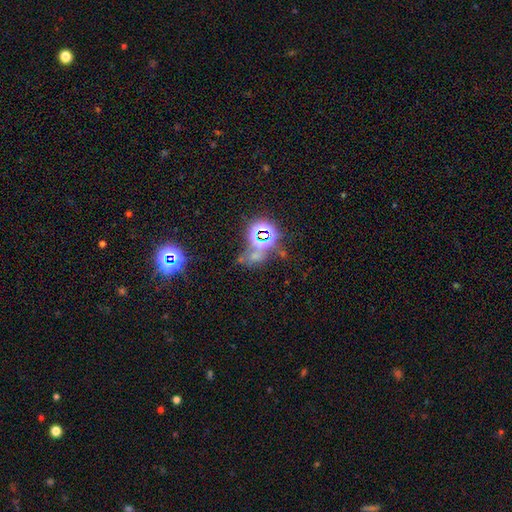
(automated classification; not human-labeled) Smooth or featured?
  - star or artifact: 69% *
  - smooth: 19%
  - featured or disk: 12%